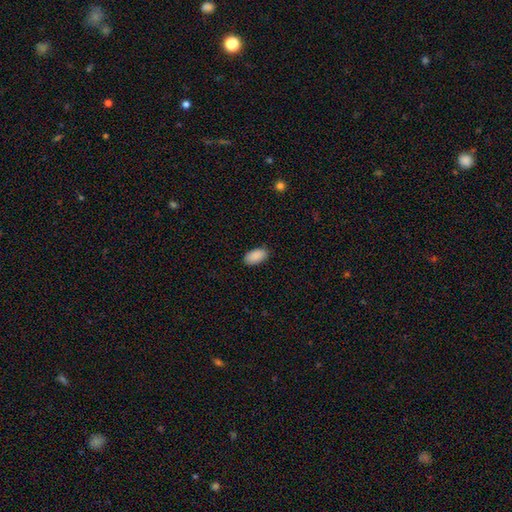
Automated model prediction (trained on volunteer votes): smooth-or-featured: smooth: 90% | star or artifact: 7% | featured or disk: 3%
  how-rounded: in between: 95% | round: 3% | cigar-shaped: 2%
  merging: none: 87% | minor disturbance: 10% | major disturbance: 2% | merger: 1%